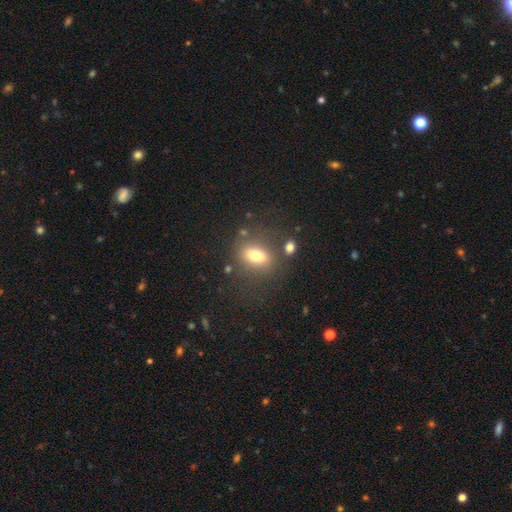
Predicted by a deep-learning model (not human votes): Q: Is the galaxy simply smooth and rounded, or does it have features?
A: smooth — 75%.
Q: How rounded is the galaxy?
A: in between — 74%.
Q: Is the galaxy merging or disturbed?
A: none — 71%.